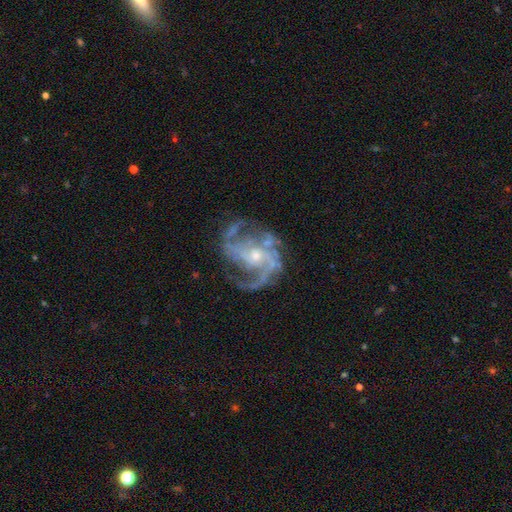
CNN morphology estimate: This appears to be a featured or disk galaxy (89%) with no bar (57%), 2 (36%) medium (52%) spiral arms (96%) and a small central bulge (65%). Merging: none (63%).